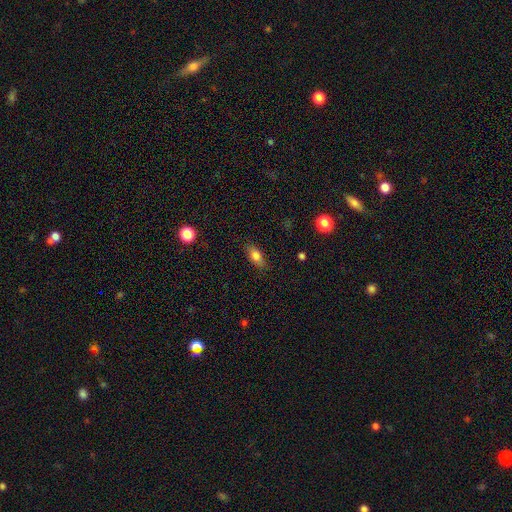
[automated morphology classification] type=smooth (78%); roundness=in between (78%); merging=none (84%).